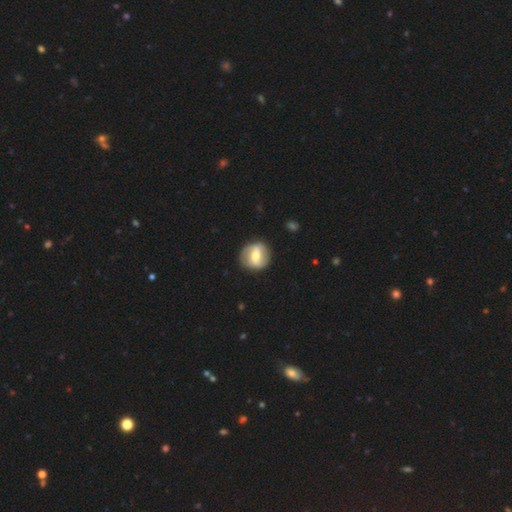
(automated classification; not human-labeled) Smooth or featured? featured or disk (62%)
Edge-on disk? no (95%)
Bar? strong (44%)
Spiral arms? yes (69%)
Bulge size? moderate (64%)
Merging? none (84%)